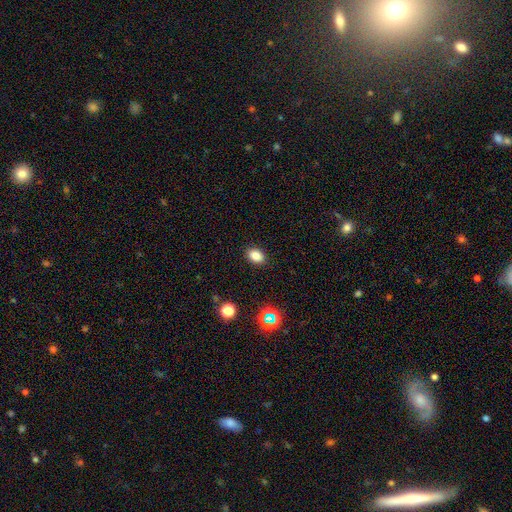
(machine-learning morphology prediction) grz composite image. It shows a smooth galaxy with no disk features (83%) that is in between round and cigar-shaped (79%). Merging: none (89%).